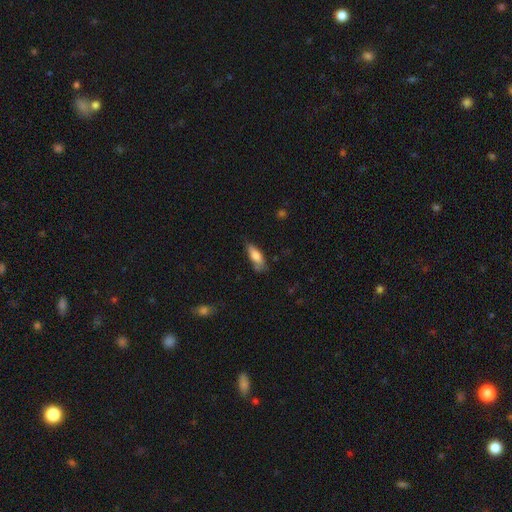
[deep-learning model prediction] Smooth or featured?
  - smooth: 77% *
  - featured or disk: 17%
  - star or artifact: 7%
How rounded?
  - in between: 65% *
  - cigar-shaped: 33%
  - round: 2%
Merging?
  - none: 58% *
  - minor disturbance: 31%
  - major disturbance: 8%
  - merger: 3%